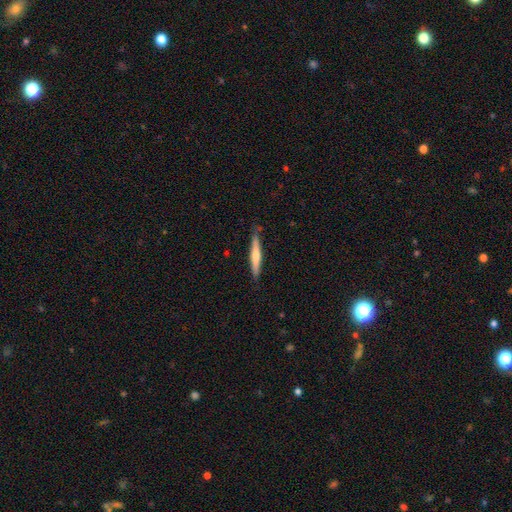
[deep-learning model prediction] A smooth galaxy with no disk features (52%) that is cigar-shaped (94%). Merging: none (84%).